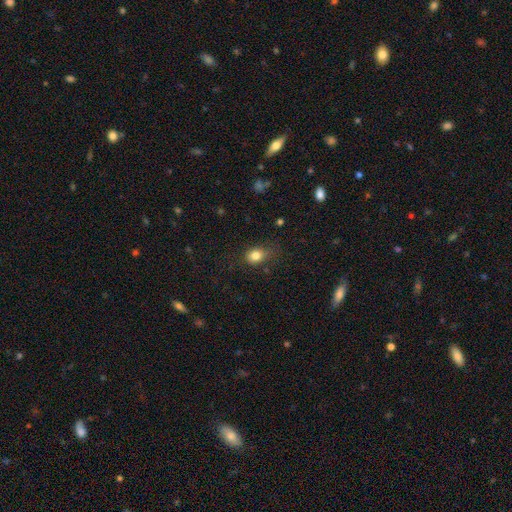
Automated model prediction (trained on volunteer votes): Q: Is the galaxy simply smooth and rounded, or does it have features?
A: smooth — 82%.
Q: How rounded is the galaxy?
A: in between — 53%.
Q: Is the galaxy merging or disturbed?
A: none — 67%.